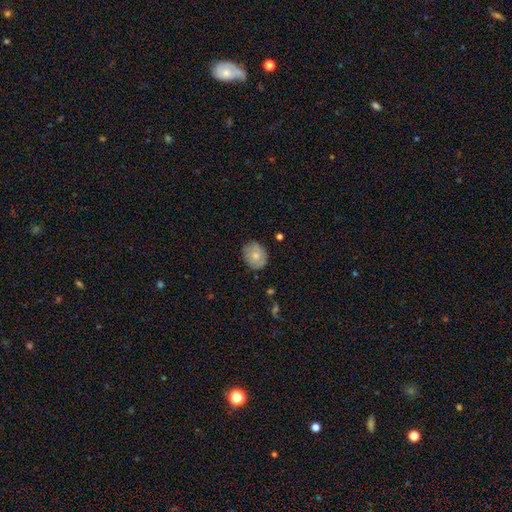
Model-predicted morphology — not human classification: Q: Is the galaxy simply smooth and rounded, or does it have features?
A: smooth — 74%.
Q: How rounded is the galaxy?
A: round — 63%.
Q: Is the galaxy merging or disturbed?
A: none — 83%.